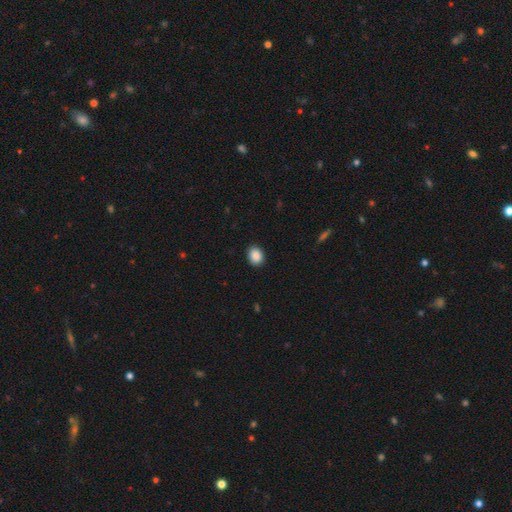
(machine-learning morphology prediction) This is clearly a smooth galaxy (89%). How rounded: likely in between (60%). Merging: clearly none (89%).